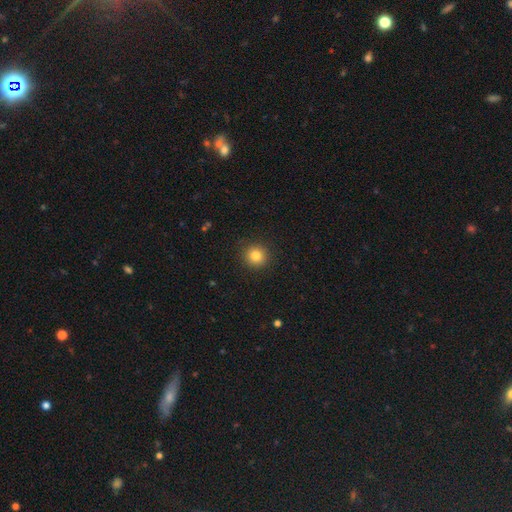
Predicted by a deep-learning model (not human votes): Smooth or featured?
  - smooth: 83% *
  - star or artifact: 11%
  - featured or disk: 6%
How rounded?
  - round: 93% *
  - in between: 6%
  - cigar-shaped: 1%
Merging?
  - none: 91% *
  - minor disturbance: 6%
  - major disturbance: 2%
  - merger: 1%